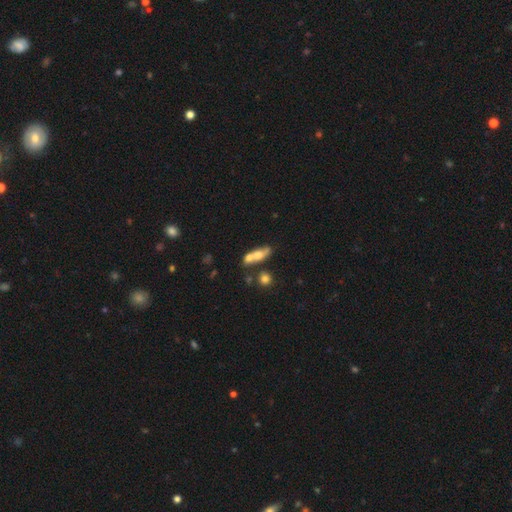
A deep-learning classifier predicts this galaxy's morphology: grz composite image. It shows a smooth galaxy with no disk features (57%) that is in between round and cigar-shaped (58%). Merging: merger (45%).